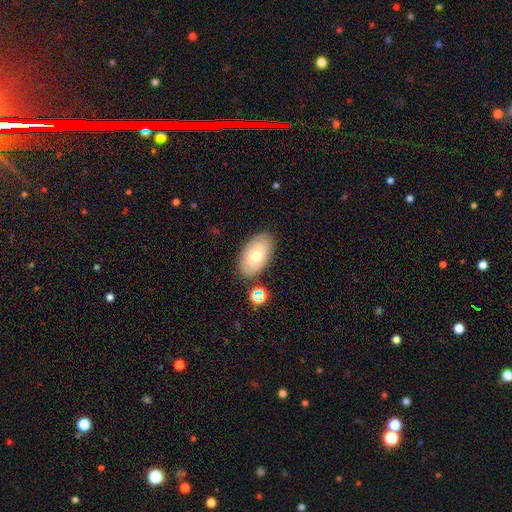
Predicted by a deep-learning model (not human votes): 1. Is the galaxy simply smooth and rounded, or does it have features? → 71% smooth, 21% featured or disk, 8% star or artifact.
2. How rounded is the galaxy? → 93% in between, 5% round, 2% cigar-shaped.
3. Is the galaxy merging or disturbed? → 83% none, 11% minor disturbance, 4% merger, 3% major disturbance.